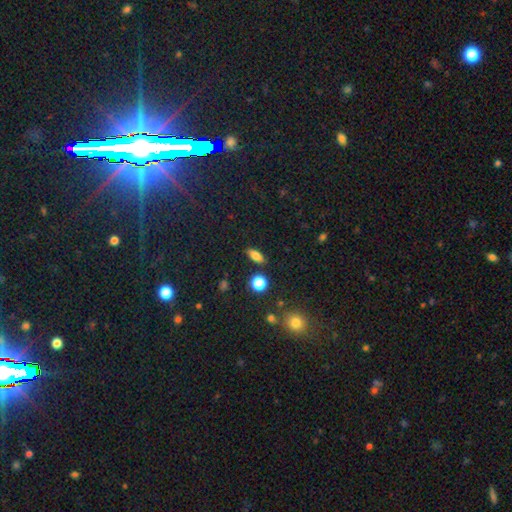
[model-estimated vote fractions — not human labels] Morphology: type=smooth (77%); roundness=in between (72%); merging=none (86%).